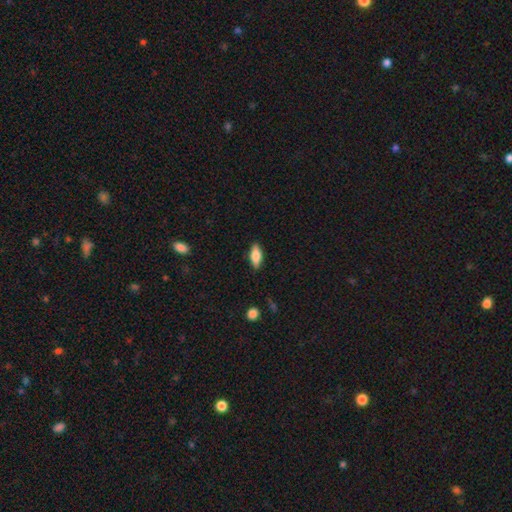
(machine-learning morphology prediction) smooth 69%, featured or disk 24%, star or artifact 7%. Down the decision tree: how rounded — in between (75%); merging — none (87%).